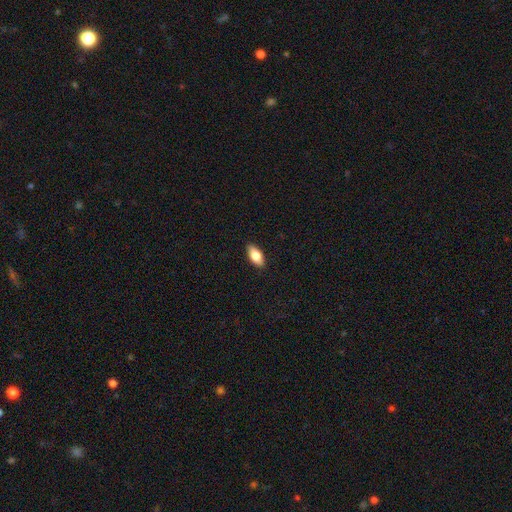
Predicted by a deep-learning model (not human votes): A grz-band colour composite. It shows a smooth galaxy with no disk features (77%) that is in between round and cigar-shaped (88%). Merging: none (89%).